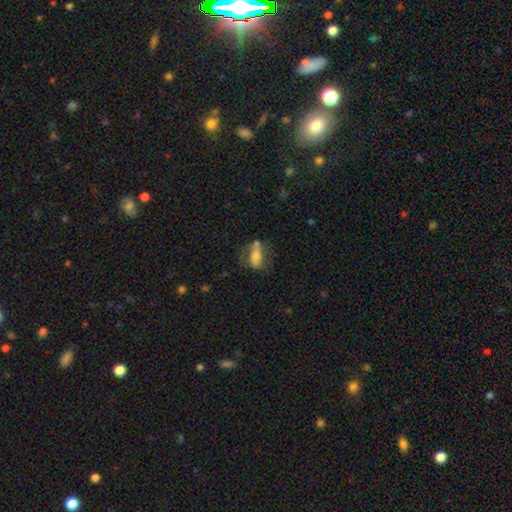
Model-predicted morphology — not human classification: type=smooth (58%); roundness=in between (75%); merging=none (45%).